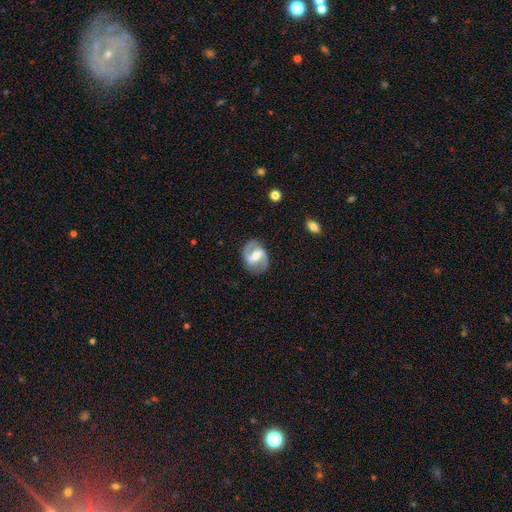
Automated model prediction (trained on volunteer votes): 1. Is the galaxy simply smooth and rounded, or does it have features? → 85% featured or disk, 10% smooth, 5% star or artifact.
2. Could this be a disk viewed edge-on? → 98% no, 2% yes.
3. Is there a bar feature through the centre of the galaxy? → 45% strong, 40% weak, 15% no.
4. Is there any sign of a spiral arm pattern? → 93% yes, 7% no.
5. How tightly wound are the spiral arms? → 54% medium, 25% loose, 21% tight.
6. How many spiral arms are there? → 92% 2, 3% can't tell, 2% 1, 1% 3, 1% 4, 1% more than 4.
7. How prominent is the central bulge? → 58% moderate, 27% small, 11% large, 4% none, 1% dominant.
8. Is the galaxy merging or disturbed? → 83% none, 11% minor disturbance, 4% major disturbance, 1% merger.